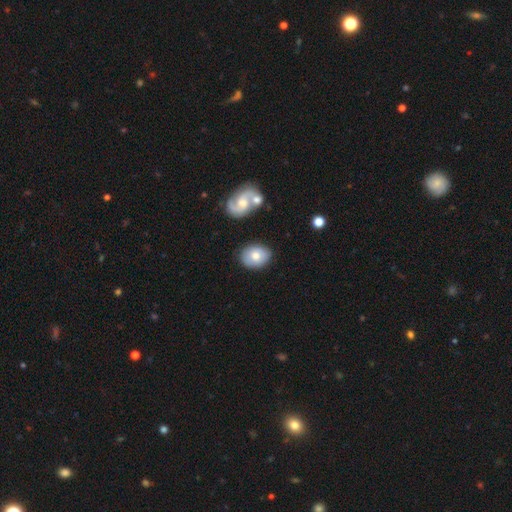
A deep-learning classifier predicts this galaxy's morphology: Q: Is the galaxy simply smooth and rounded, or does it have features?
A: smooth — 73%.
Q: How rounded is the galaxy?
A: in between — 66%.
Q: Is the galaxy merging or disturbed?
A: none — 80%.